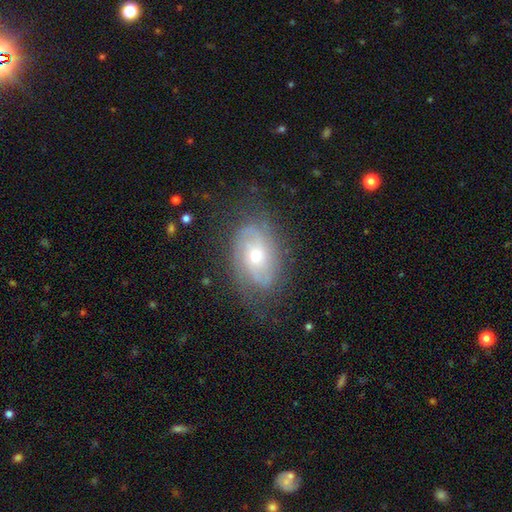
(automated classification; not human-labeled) Smooth or featured?
  - featured or disk: 76% *
  - smooth: 17%
  - star or artifact: 7%
Edge-on disk?
  - no: 95% *
  - yes: 5%
Bar?
  - no: 72% *
  - weak: 23%
  - strong: 5%
Spiral arms?
  - yes: 90% *
  - no: 10%
Spiral winding?
  - tight: 55% *
  - medium: 33%
  - loose: 12%
Spiral arm count?
  - 2: 40% *
  - can't tell: 33%
  - 3: 14%
  - 1: 5%
  - 4: 5%
  - more than 4: 4%
Bulge size?
  - moderate: 57% *
  - small: 38%
  - large: 3%
  - none: 1%
  - dominant: 1%
Merging?
  - none: 71% *
  - minor disturbance: 20%
  - major disturbance: 9%
  - merger: 1%